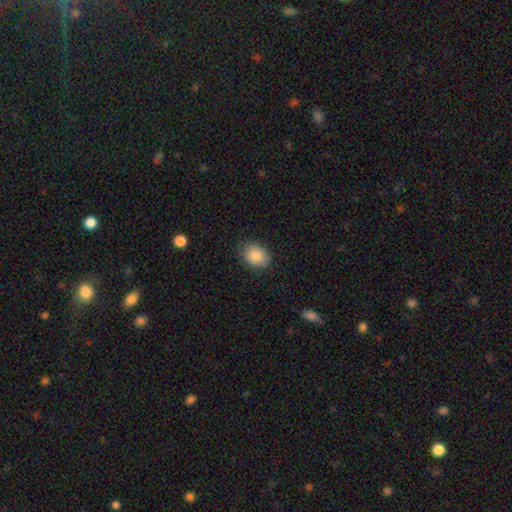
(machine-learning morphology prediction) Overall: smooth (87%). How rounded: in between (63%; round 36%). Merging: none (85%).